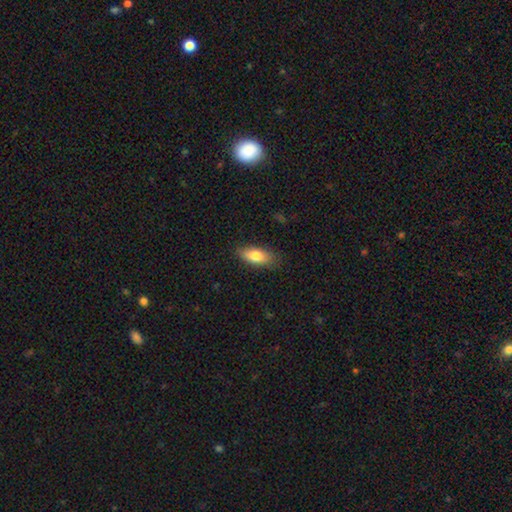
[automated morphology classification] smooth-or-featured: smooth: 80% | featured or disk: 14% | star or artifact: 7%
  how-rounded: in between: 82% | cigar-shaped: 15% | round: 3%
  merging: none: 82% | minor disturbance: 14% | major disturbance: 3% | merger: 1%